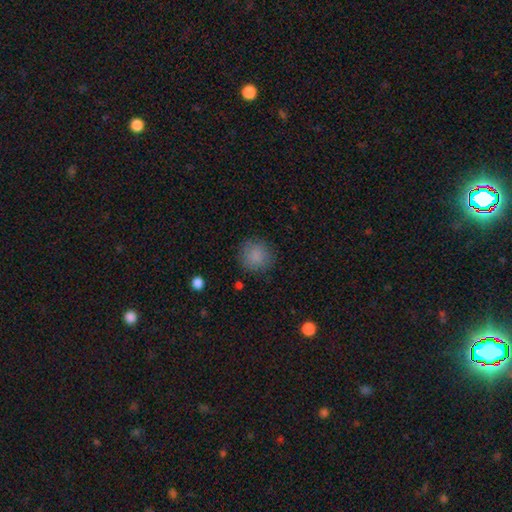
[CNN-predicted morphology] A smooth galaxy with no disk features (86%) that is round (91%).

Vote fractions:
- Smooth or featured? smooth: 86% / star or artifact: 9% / featured or disk: 5%
- How rounded? round: 91% / in between: 8% / cigar-shaped: 1%
- Merging? none: 84% / minor disturbance: 11% / major disturbance: 4% / merger: 1%